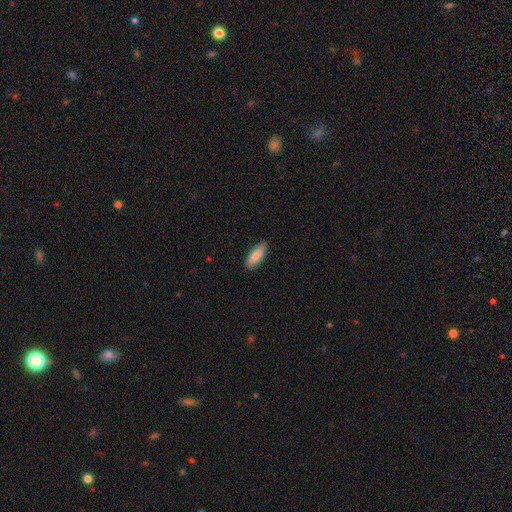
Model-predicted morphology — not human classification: type=smooth (87%); roundness=in between (69%); merging=none (88%).